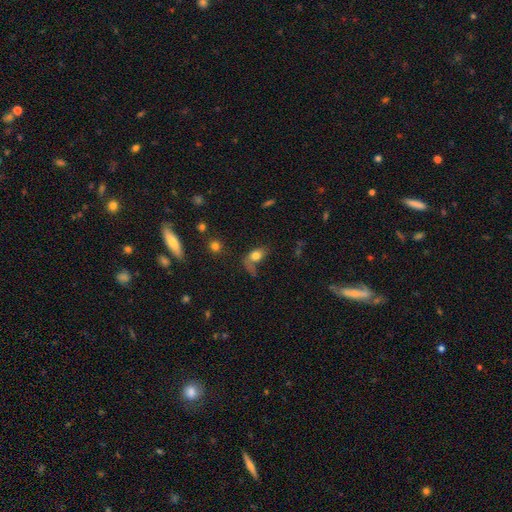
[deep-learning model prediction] smooth_or_featured: smooth (p=0.75) [alt: featured or disk p=0.15]
how_rounded: in between (p=0.77) [alt: round p=0.20]
merging: none (p=0.37) [alt: major disturbance p=0.28]